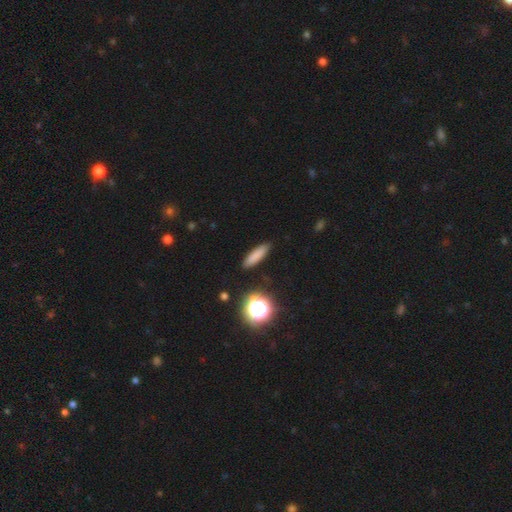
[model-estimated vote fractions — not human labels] This appears to be a smooth galaxy with no disk features (79%) that is cigar-shaped (73%). Merging: none (89%).